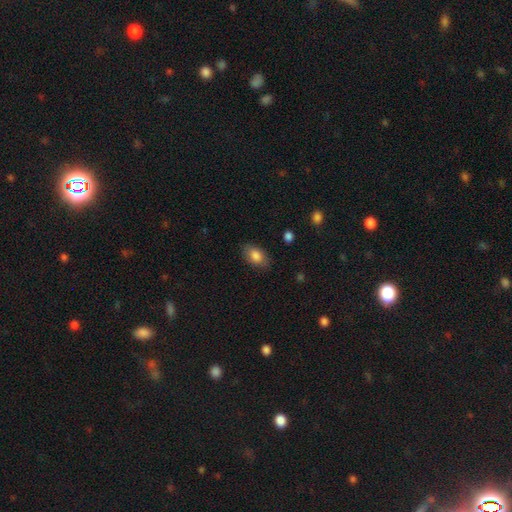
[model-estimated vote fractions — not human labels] Q: Smooth or featured?
A: smooth (84%); runner-up: featured or disk (9%)
Q: How rounded?
A: in between (91%); runner-up: round (7%)
Q: Merging?
A: none (82%); runner-up: minor disturbance (13%)